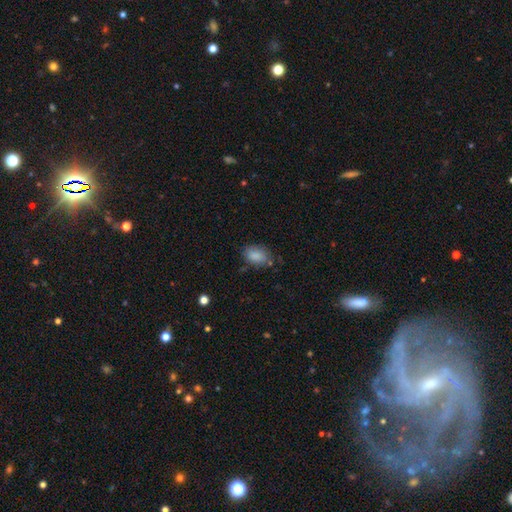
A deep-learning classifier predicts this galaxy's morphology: Smooth or featured? smooth (87%)
How rounded? in between (86%)
Merging? none (71%)